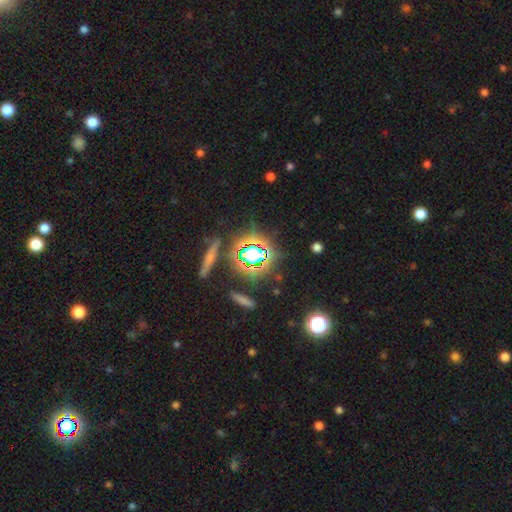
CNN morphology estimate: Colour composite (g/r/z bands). It shows a star or artifact, not a galaxy (67%).